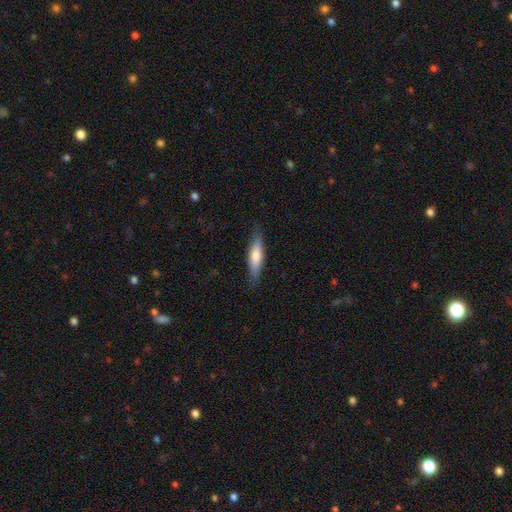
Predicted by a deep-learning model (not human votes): This is likely a smooth galaxy (65%). How rounded: likely cigar-shaped (70%). Merging: clearly none (83%).